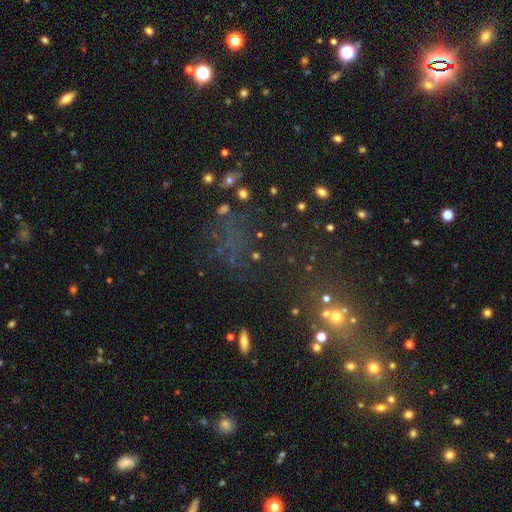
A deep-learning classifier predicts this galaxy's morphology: This is marginally a star or artifact rather than a galaxy (42%).